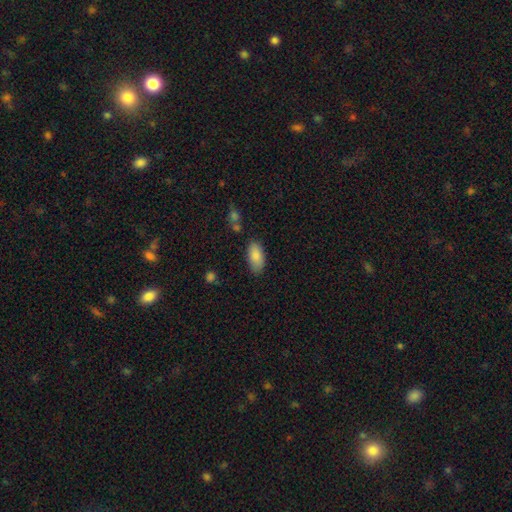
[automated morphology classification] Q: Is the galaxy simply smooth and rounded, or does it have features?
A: smooth — 85%.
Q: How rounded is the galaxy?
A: in between — 92%.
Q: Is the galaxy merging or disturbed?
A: none — 79%.